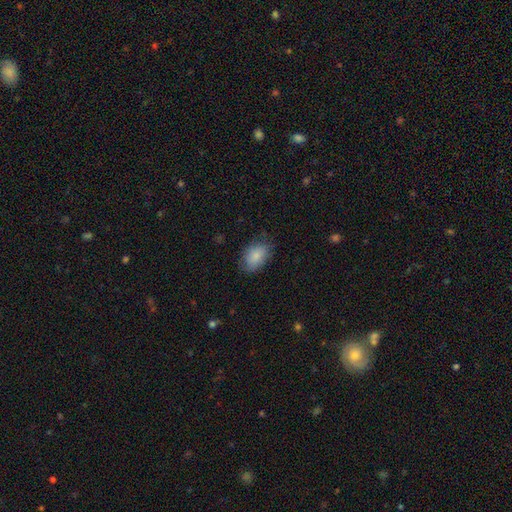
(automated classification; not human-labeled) Smooth or featured? smooth (86%)
How rounded? in between (89%)
Merging? none (79%)